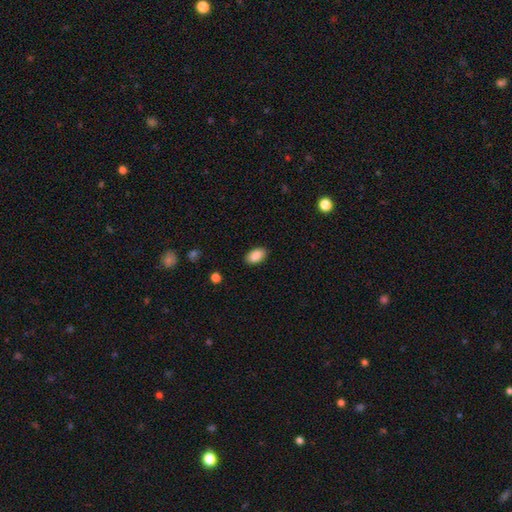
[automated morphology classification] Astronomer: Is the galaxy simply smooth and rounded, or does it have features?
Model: smooth — 88%.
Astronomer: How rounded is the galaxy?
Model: in between — 93%.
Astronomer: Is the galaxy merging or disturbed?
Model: none — 89%.